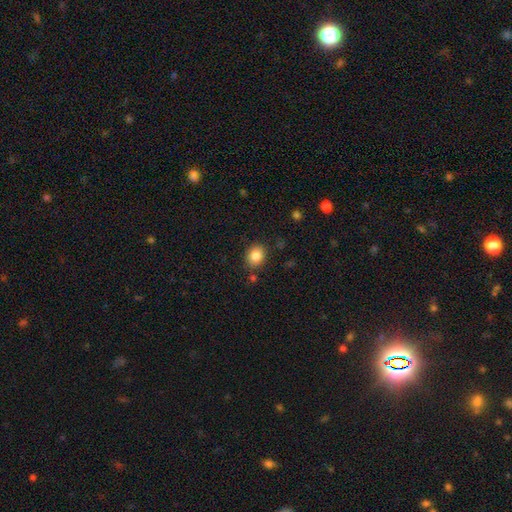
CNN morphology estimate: Overall: smooth (85%). How rounded: round (57%; in between 42%). Merging: none (83%).